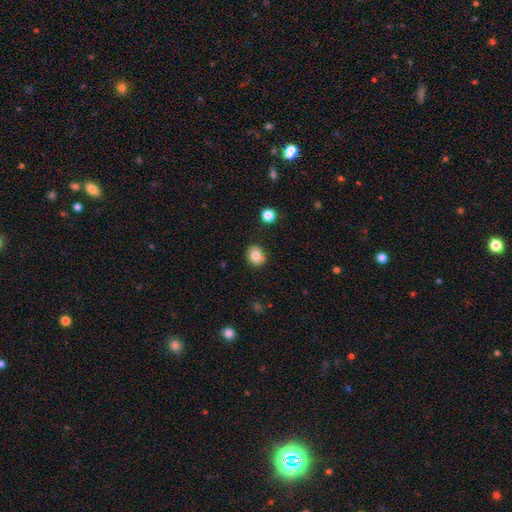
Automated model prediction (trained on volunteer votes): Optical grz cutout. It shows a smooth galaxy with no disk features (79%) that is round (78%). Merging: none (81%).